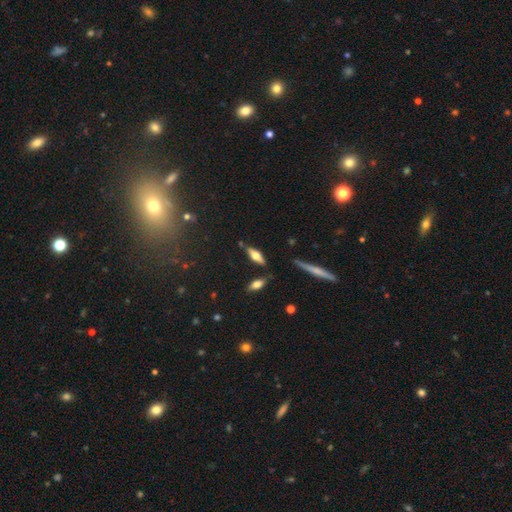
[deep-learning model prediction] smooth 47%, featured or disk 45%, star or artifact 8%. Down the decision tree: merging — none (76%).